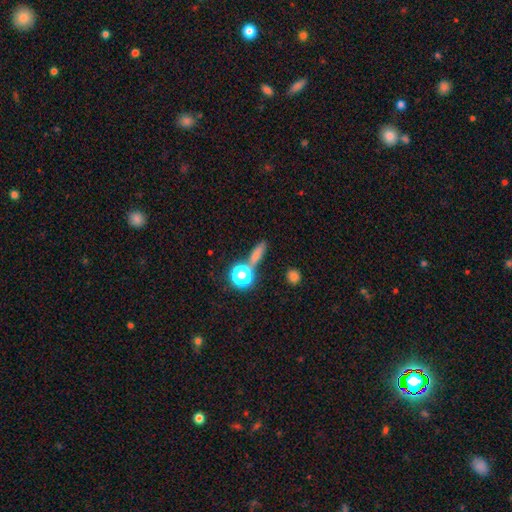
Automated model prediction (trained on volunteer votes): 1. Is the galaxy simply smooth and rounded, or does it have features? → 52% smooth, 30% star or artifact, 18% featured or disk.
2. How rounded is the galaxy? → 41% cigar-shaped, 30% round, 29% in between.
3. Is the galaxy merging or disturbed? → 67% none, 16% merger, 11% minor disturbance, 6% major disturbance.